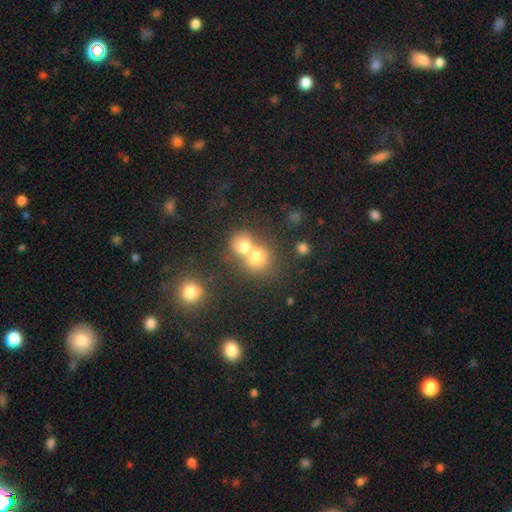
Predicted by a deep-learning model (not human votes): smooth 72%, featured or disk 14%, star or artifact 13%. Down the decision tree: how rounded — round (76%); merging — merger (62%).